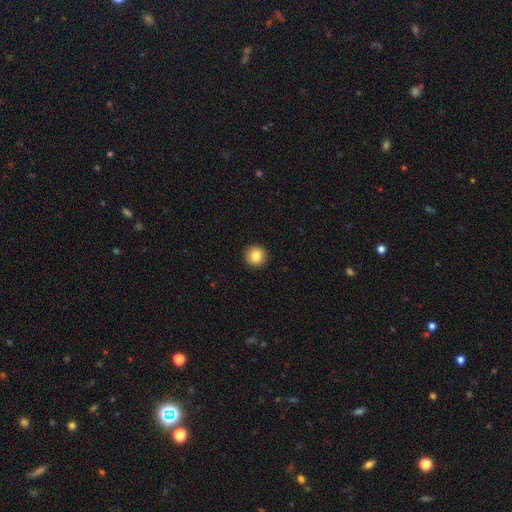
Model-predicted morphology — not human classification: type=smooth (84%); roundness=round (95%); merging=none (93%).